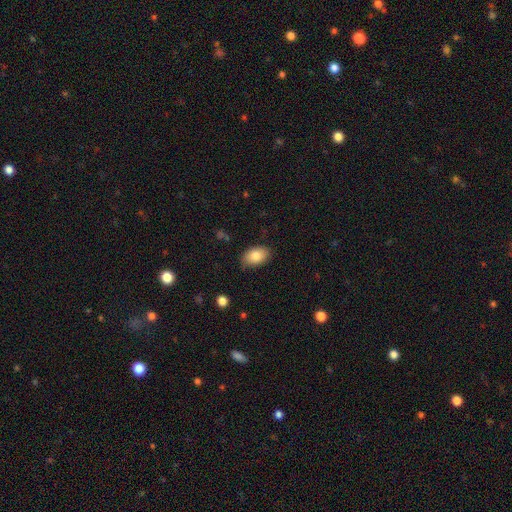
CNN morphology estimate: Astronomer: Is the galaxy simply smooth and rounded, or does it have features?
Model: smooth — 84%.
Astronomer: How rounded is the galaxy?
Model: in between — 90%.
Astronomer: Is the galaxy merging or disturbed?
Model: none — 81%.